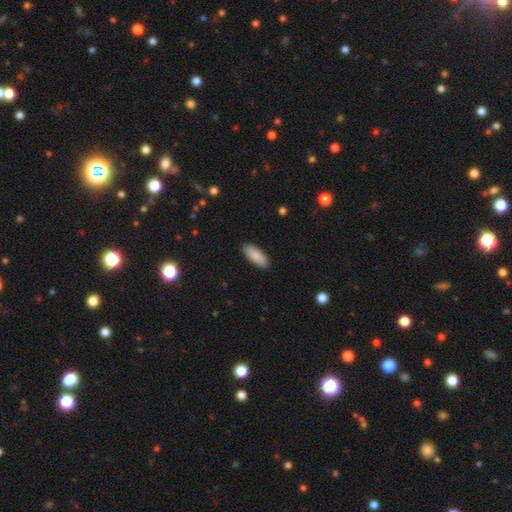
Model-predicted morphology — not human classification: Smooth or featured: smooth — 88% (featured or disk — 6%)
How rounded: in between — 76% (cigar-shaped — 23%)
Merging: none — 90% (minor disturbance — 8%)